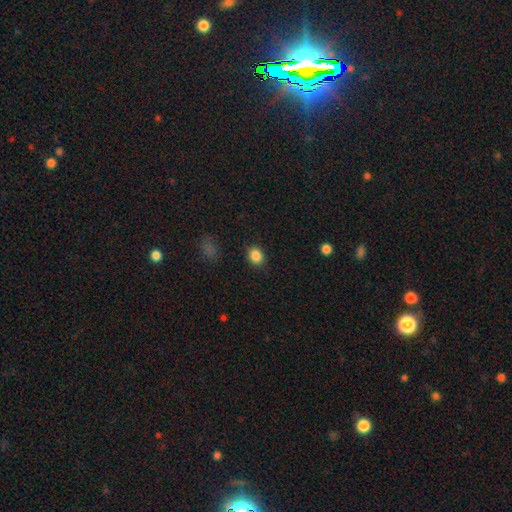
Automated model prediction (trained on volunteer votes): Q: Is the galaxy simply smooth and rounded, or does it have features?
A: smooth — 86%.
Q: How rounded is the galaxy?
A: round — 55%.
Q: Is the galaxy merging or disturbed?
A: none — 88%.